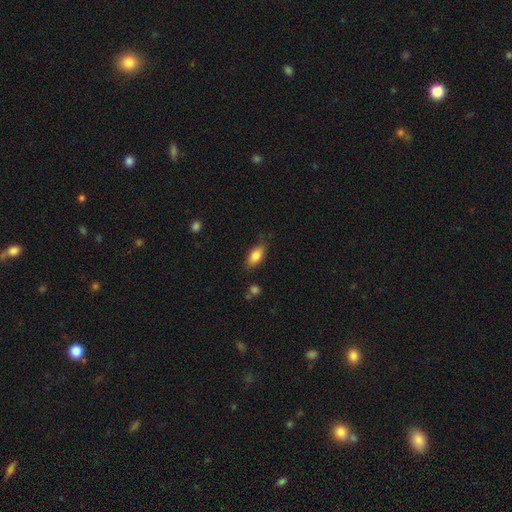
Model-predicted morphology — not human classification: Smooth or featured? Predicted: smooth (p=0.82). How rounded? Predicted: in between (p=0.87). Merging? Predicted: none (p=0.78).